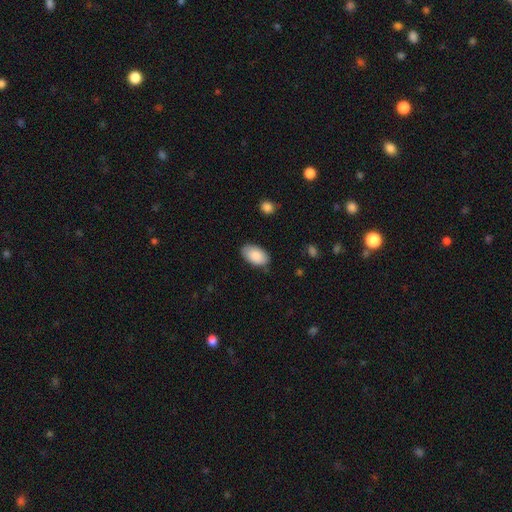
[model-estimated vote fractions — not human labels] Smooth or featured?
  - smooth: 88% *
  - featured or disk: 6%
  - star or artifact: 6%
How rounded?
  - in between: 95% *
  - round: 4%
  - cigar-shaped: 1%
Merging?
  - none: 81% *
  - minor disturbance: 15%
  - major disturbance: 3%
  - merger: 1%